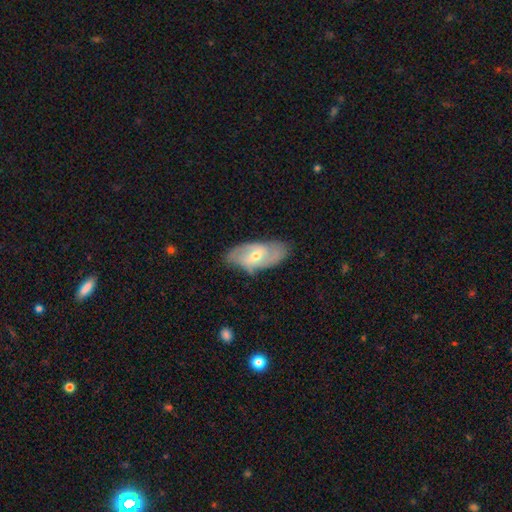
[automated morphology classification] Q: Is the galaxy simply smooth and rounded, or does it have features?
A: featured or disk — 70%.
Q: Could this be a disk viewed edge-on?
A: no — 91%.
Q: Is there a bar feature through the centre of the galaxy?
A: weak — 45%.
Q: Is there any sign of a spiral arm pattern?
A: yes — 84%.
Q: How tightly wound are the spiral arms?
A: medium — 45%.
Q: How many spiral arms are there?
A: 2 — 66%.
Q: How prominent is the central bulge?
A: moderate — 52%.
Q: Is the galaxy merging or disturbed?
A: none — 73%.